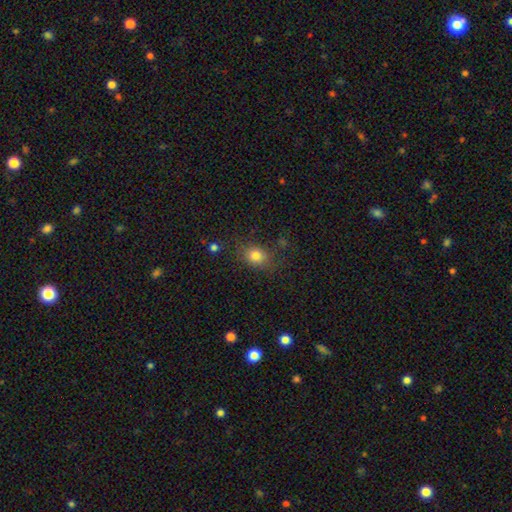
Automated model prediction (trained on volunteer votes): Smooth or featured? Predicted: smooth (p=0.80). How rounded? Predicted: round (p=0.56). Merging? Predicted: none (p=0.74).